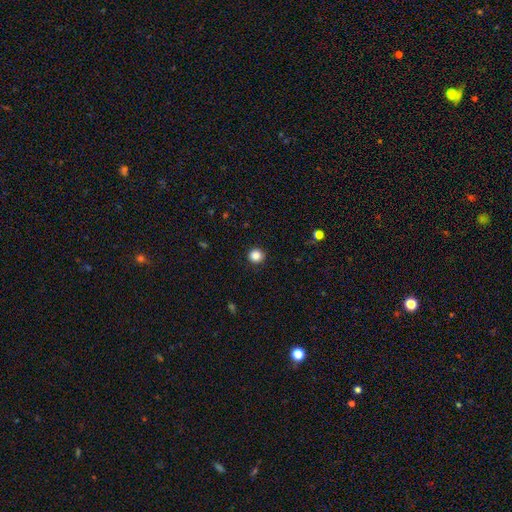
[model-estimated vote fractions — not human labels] This is clearly a smooth galaxy (86%). How rounded: clearly round (93%). Merging: clearly none (92%).